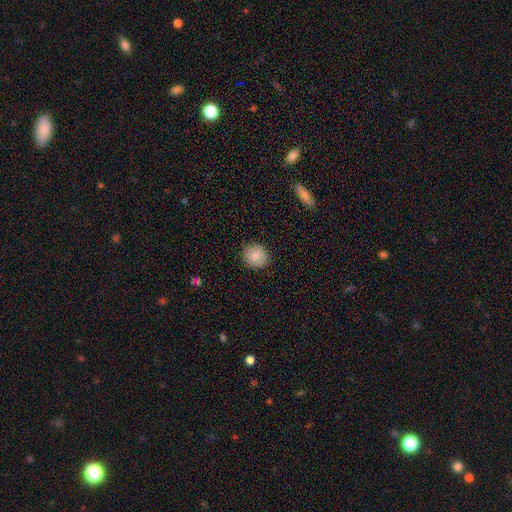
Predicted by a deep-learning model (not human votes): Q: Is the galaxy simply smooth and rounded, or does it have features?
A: smooth — 78%.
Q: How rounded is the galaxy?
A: round — 83%.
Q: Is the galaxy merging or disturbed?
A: none — 87%.